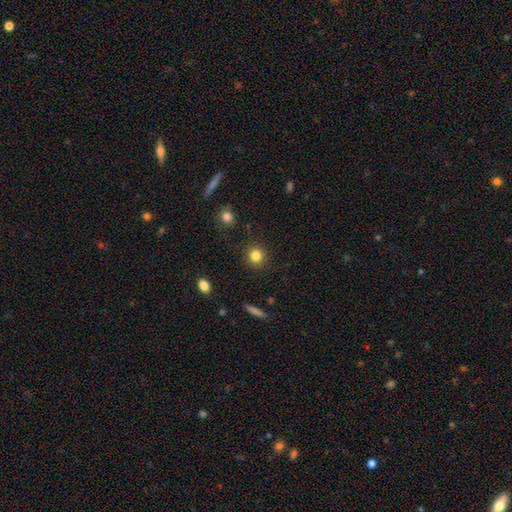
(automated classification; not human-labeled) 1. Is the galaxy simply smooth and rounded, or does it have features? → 83% smooth, 11% star or artifact, 6% featured or disk.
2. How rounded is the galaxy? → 91% round, 7% in between, 1% cigar-shaped.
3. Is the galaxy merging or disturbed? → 90% none, 6% minor disturbance, 2% major disturbance, 1% merger.